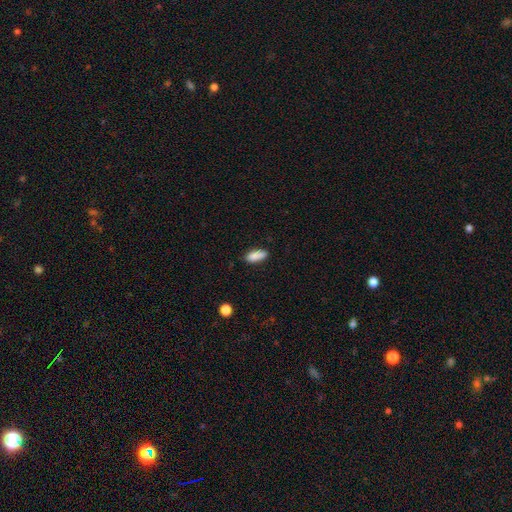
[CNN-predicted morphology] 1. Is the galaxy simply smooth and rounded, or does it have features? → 88% smooth, 7% star or artifact, 5% featured or disk.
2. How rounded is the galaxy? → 79% in between, 19% cigar-shaped, 2% round.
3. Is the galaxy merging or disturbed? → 81% none, 15% minor disturbance, 3% major disturbance, 2% merger.